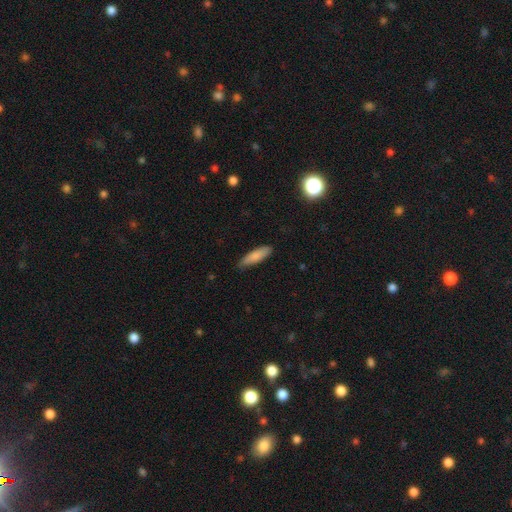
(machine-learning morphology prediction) Smooth or featured? Predicted: smooth (p=0.83). How rounded? Predicted: cigar-shaped (p=0.66). Merging? Predicted: none (p=0.82).